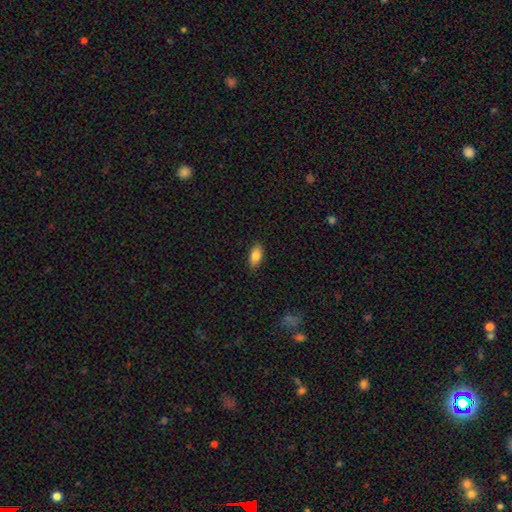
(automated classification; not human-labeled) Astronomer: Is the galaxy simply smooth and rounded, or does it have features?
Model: smooth — 83%.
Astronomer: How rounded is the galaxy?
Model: in between — 89%.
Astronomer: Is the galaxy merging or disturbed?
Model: none — 87%.